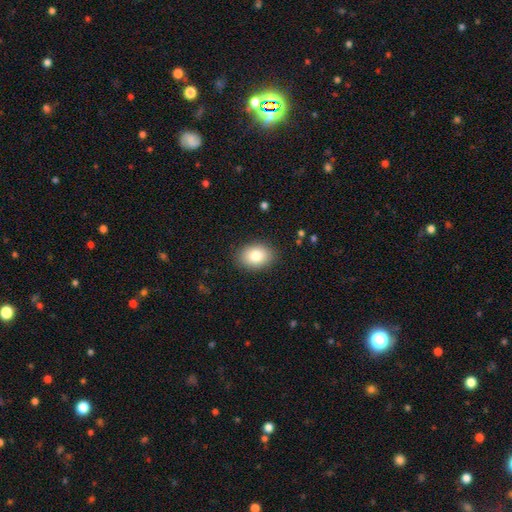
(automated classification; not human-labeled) Smooth or featured: smooth — 83% (featured or disk — 9%)
How rounded: in between — 74% (round — 25%)
Merging: none — 88% (minor disturbance — 9%)